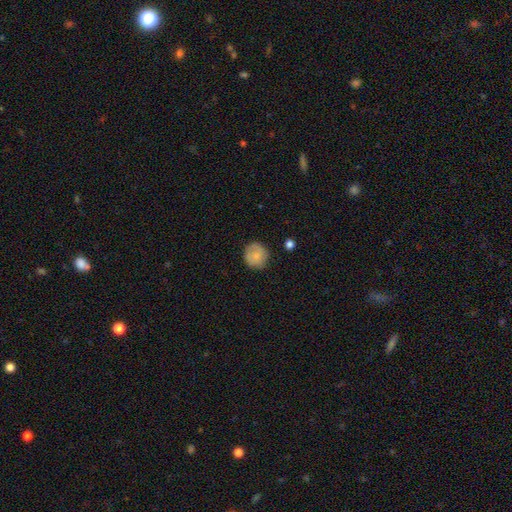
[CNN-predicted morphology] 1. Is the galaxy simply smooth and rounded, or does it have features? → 77% smooth, 15% featured or disk, 8% star or artifact.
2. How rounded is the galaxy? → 89% round, 10% in between, 1% cigar-shaped.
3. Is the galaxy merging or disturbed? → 80% none, 15% minor disturbance, 3% major disturbance, 2% merger.